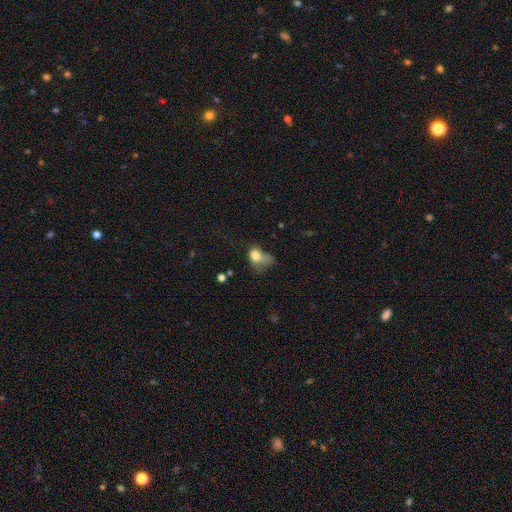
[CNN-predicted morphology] The model was most divided on "merging": major disturbance: 48%, minor disturbance: 26%, none: 18%, merger: 8%. More confident: smooth or featured — smooth (72%); how rounded — in between (67%).